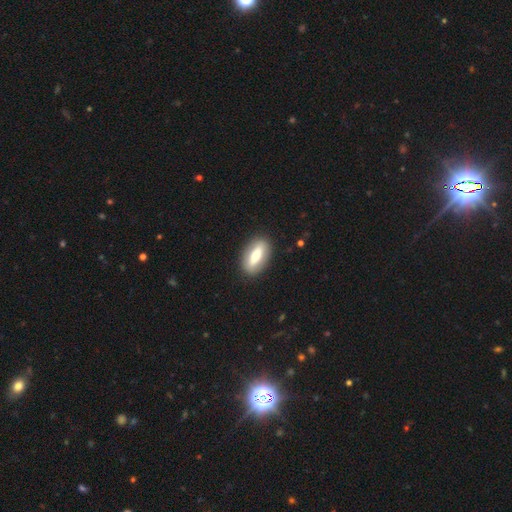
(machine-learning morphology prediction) This appears to be a smooth galaxy with no disk features (62%) that is in between round and cigar-shaped (81%). Merging: none (88%).